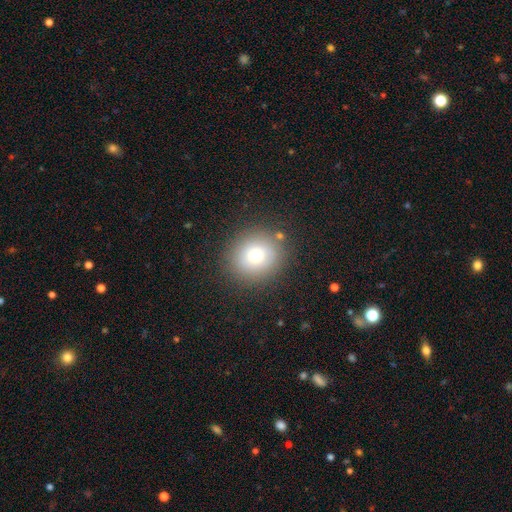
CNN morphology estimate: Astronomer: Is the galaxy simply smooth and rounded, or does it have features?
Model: smooth — 72%.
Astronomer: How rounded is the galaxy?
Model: round — 87%.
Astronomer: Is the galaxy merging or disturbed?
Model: none — 86%.